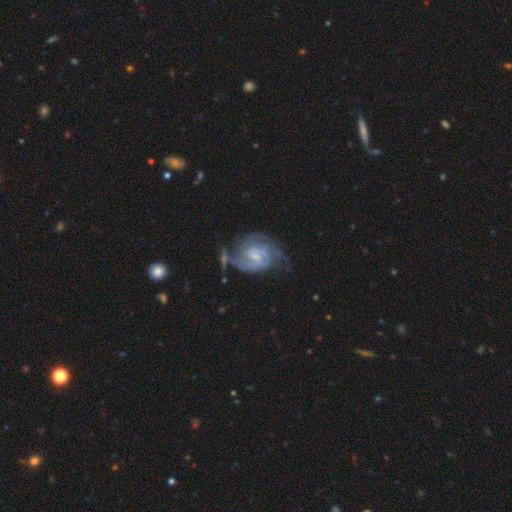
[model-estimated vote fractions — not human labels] Overall: featured or disk (88%). Edge-on disk: no (98%). Bar: weak (55%; no 34%). Spiral arms: yes (96%). Spiral arm count: 2 (42%; 3 21%). Spiral winding: tight (48%; medium 41%). Bulge size: small (59%; moderate 27%). Merging: none (55%; minor disturbance 21%).